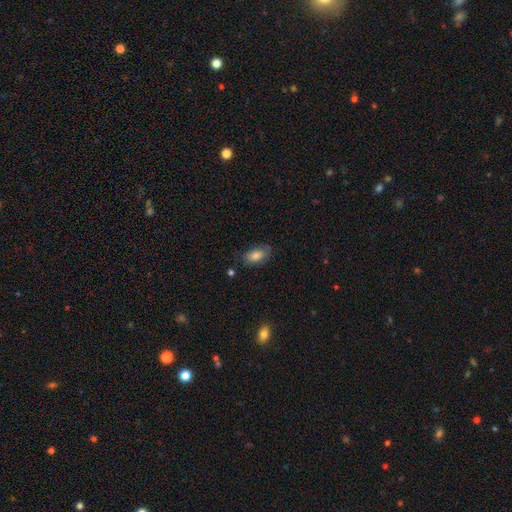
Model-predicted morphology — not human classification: A smooth galaxy with no disk features (82%) that is in between round and cigar-shaped (91%). Merging: none (73%).